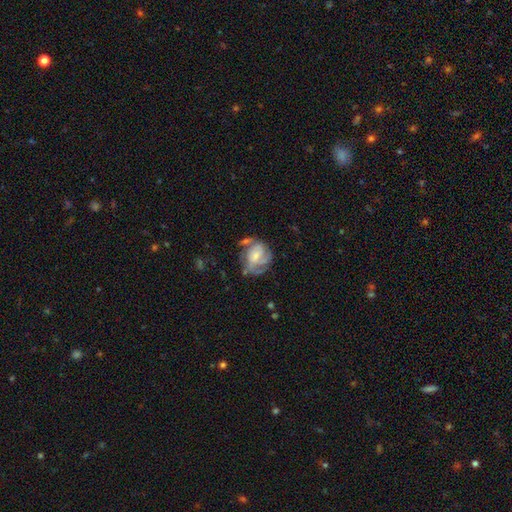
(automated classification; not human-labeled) Smooth or featured? Predicted: featured or disk (p=0.77). Edge-on disk? Predicted: no (p=0.98). Bar? Predicted: no (p=0.61). Spiral arms? Predicted: yes (p=0.91). Spiral winding? Predicted: tight (p=0.51). Spiral arm count? Predicted: 3 (p=0.33). Bulge size? Predicted: small (p=0.52). Merging? Predicted: none (p=0.52).